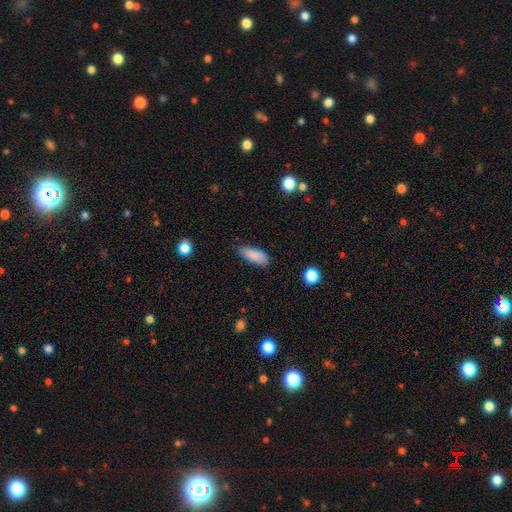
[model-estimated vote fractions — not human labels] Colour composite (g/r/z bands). It shows a smooth galaxy with no disk features (87%) that is in between round and cigar-shaped (72%). Merging: none (80%).